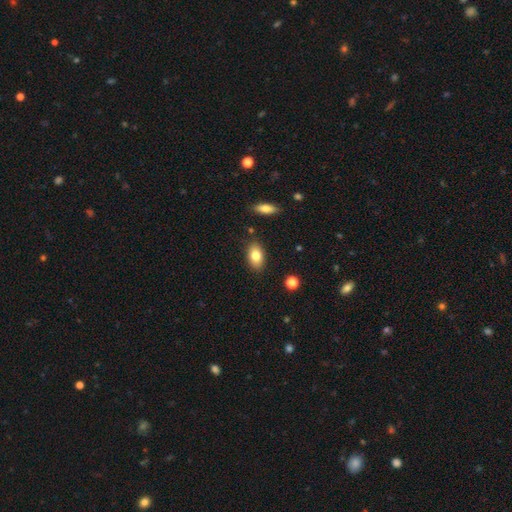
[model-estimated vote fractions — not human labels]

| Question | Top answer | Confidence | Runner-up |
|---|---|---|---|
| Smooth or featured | smooth | 81% | featured or disk (11%) |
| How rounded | in between | 89% | round (8%) |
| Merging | none | 85% | minor disturbance (10%) |